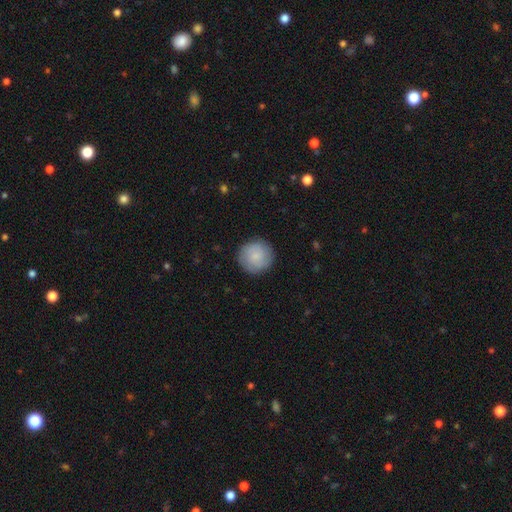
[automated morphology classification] type=smooth (76%); roundness=round (94%); merging=none (88%).